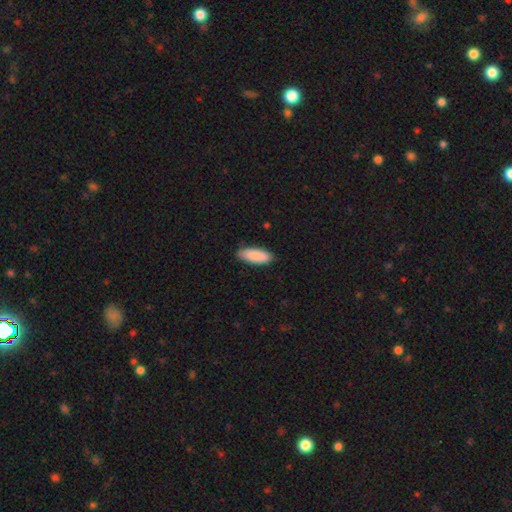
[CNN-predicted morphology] This is clearly a smooth galaxy (90%). How rounded: likely in between (76%). Merging: clearly none (87%).